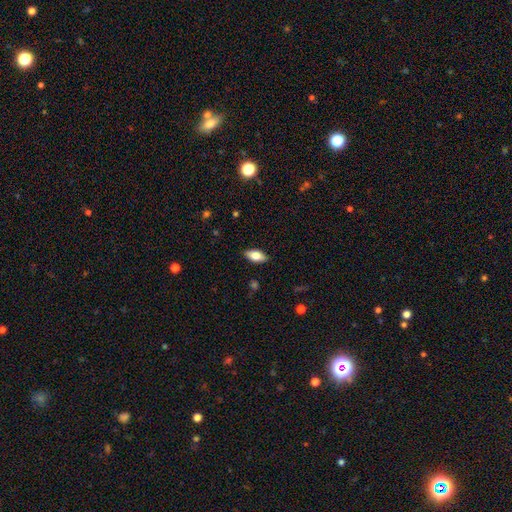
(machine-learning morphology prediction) Overall: smooth (76%). How rounded: in between (89%). Merging: none (88%).